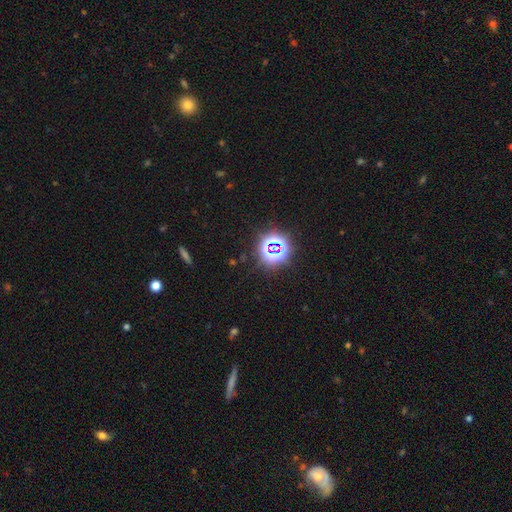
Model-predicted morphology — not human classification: smooth_or_featured: star or artifact (p=0.76) [alt: smooth p=0.16]